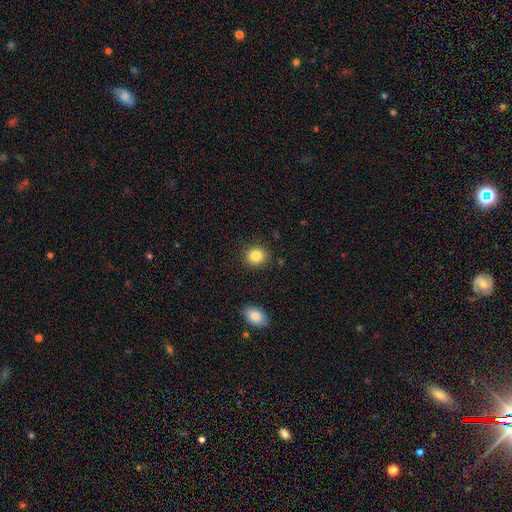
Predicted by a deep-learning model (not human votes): This appears to be a smooth galaxy with no disk features (85%) that is round (81%). Merging: none (89%).